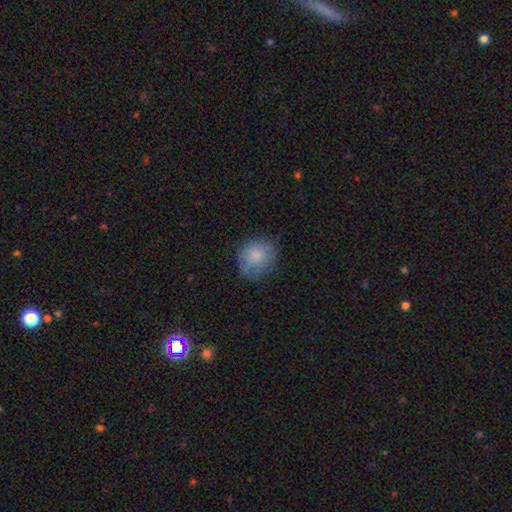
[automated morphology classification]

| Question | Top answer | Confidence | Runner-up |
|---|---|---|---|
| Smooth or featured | smooth | 80% | featured or disk (12%) |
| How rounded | round | 75% | in between (24%) |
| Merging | none | 68% | minor disturbance (23%) |